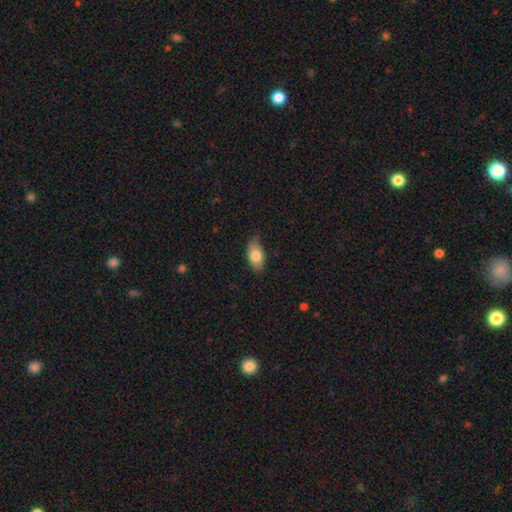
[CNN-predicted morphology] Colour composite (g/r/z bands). It shows a smooth galaxy with no disk features (79%) that is in between round and cigar-shaped (90%). Merging: none (65%).